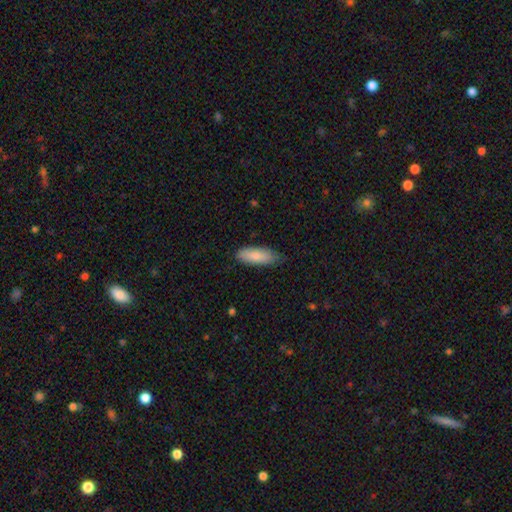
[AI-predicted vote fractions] Smooth or featured?
  - smooth: 84% *
  - featured or disk: 10%
  - star or artifact: 6%
How rounded?
  - in between: 68% *
  - cigar-shaped: 30%
  - round: 2%
Merging?
  - none: 73% *
  - minor disturbance: 23%
  - major disturbance: 3%
  - merger: 1%